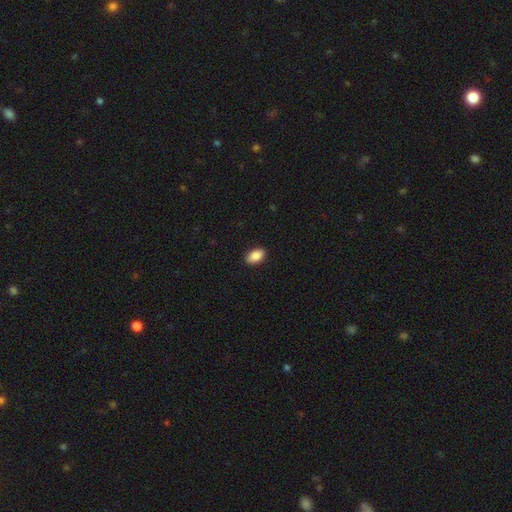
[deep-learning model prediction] Morphology: type=smooth (88%); roundness=in between (92%); merging=none (90%).